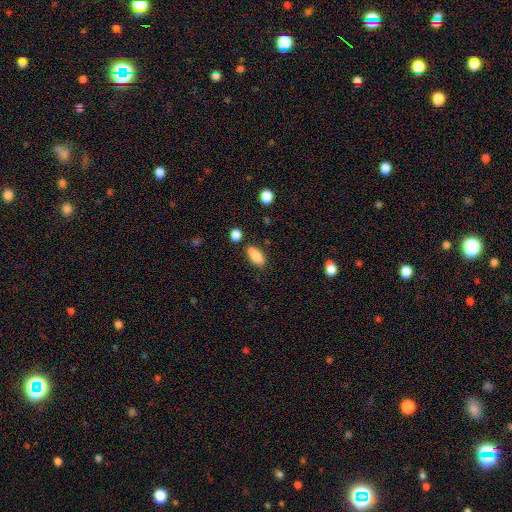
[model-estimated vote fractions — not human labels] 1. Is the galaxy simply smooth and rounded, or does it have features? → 81% smooth, 11% featured or disk, 8% star or artifact.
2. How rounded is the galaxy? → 82% in between, 13% cigar-shaped, 4% round.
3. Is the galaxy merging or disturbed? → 71% none, 17% minor disturbance, 9% merger, 4% major disturbance.